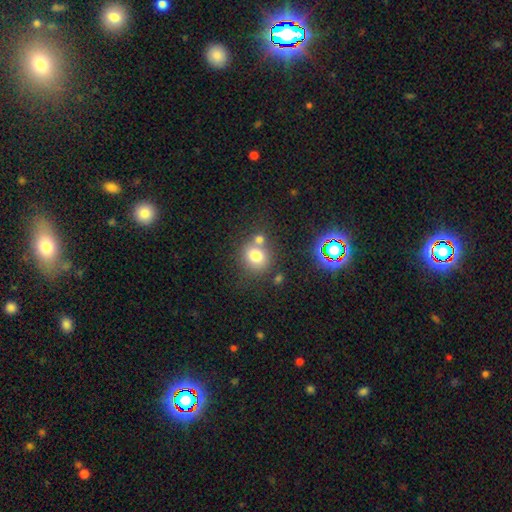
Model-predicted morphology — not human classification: smooth_or_featured: smooth (p=0.75) [alt: star or artifact p=0.14]
how_rounded: round (p=0.77) [alt: in between p=0.22]
merging: none (p=0.55) [alt: merger p=0.29]